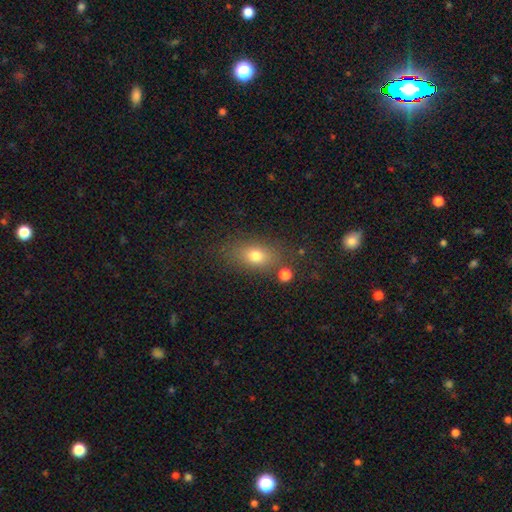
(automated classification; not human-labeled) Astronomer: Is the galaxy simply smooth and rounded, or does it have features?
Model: smooth — 75%.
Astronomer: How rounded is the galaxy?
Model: in between — 74%.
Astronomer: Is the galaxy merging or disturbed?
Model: none — 77%.